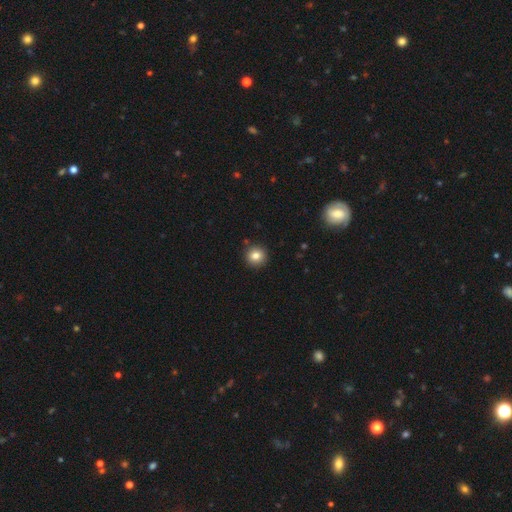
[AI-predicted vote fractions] This is clearly a smooth galaxy (83%). How rounded: clearly round (93%). Merging: clearly none (90%).